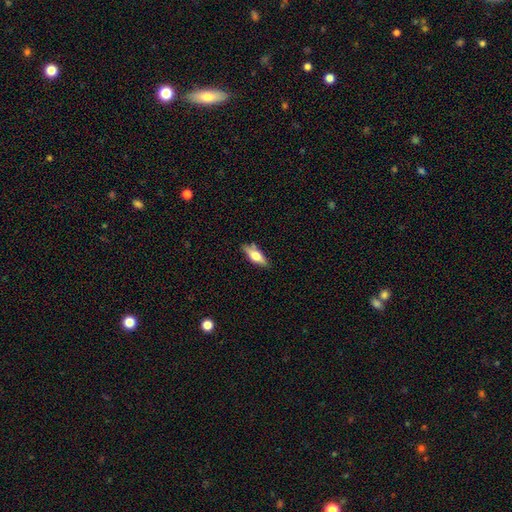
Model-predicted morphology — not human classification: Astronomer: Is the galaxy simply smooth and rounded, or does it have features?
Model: smooth — 56% (runner-up: featured or disk, 38%).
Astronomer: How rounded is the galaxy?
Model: in between — 57% (runner-up: cigar-shaped, 40%).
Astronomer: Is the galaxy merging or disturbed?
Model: none — 80%.